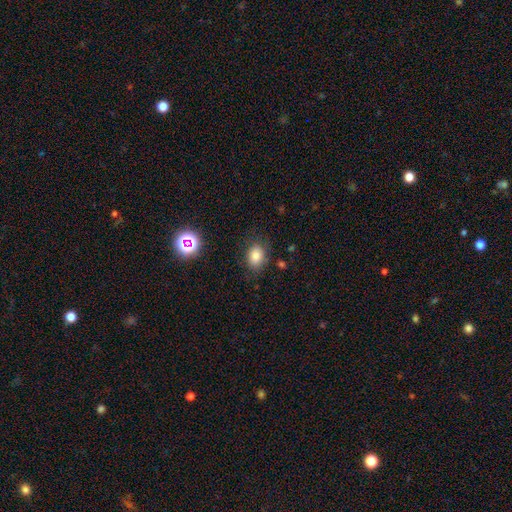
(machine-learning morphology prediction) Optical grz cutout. It shows a smooth galaxy with no disk features (80%) that is in between round and cigar-shaped (70%). Merging: none (81%).